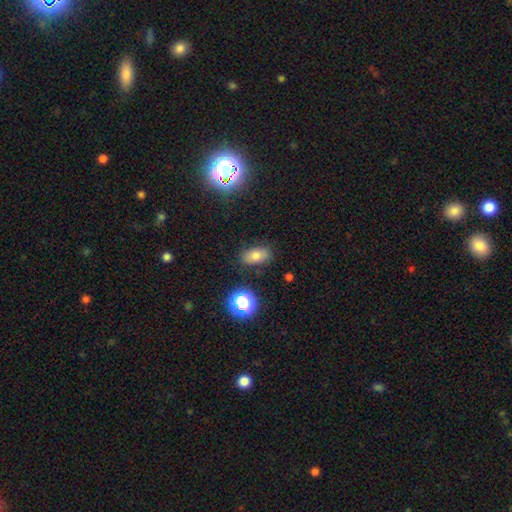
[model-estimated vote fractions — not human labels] The model was most divided on "smooth or featured": smooth: 72%, star or artifact: 16%, featured or disk: 12%. More confident: how rounded — in between (86%); merging — none (82%).